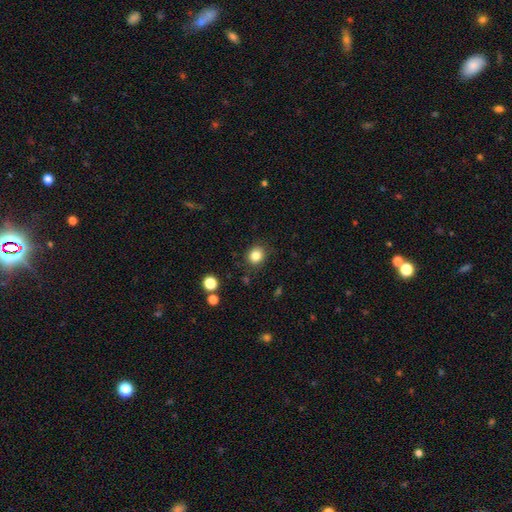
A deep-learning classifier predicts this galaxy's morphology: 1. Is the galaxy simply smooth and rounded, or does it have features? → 84% smooth, 11% star or artifact, 5% featured or disk.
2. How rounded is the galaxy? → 78% round, 21% in between, 1% cigar-shaped.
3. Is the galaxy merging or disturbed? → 86% none, 10% minor disturbance, 3% major disturbance, 2% merger.